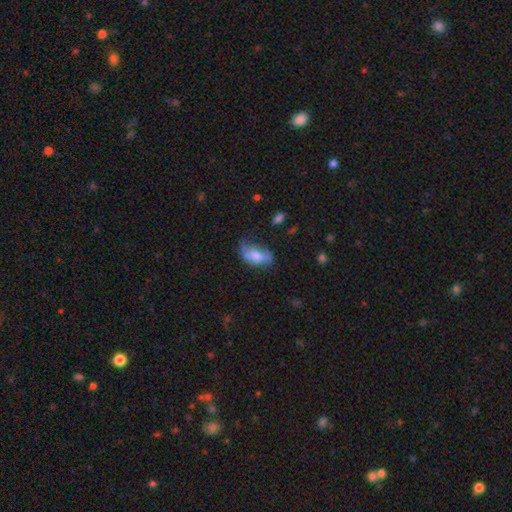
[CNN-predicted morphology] This is possibly a smooth galaxy (56%). How rounded: clearly in between (89%). Merging: marginally none (40%).